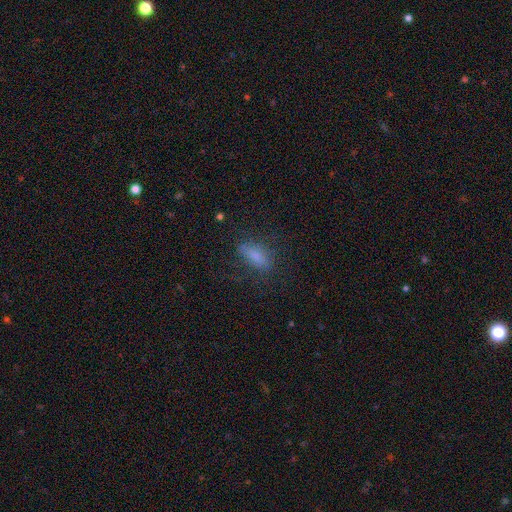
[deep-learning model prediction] Morphology: type=smooth (70%); roundness=in between (70%); merging=none (68%).